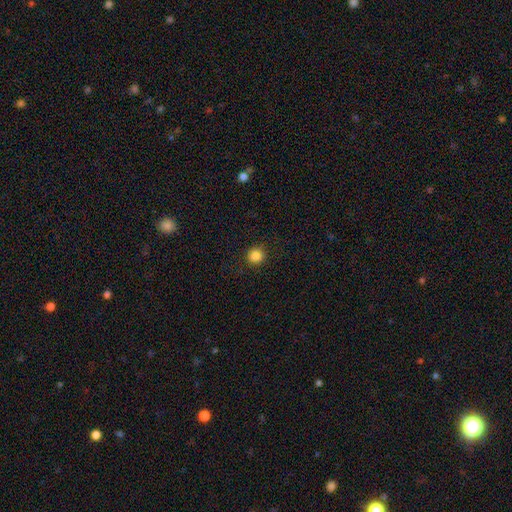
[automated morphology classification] Smooth or featured? smooth (85%)
How rounded? round (93%)
Merging? none (91%)